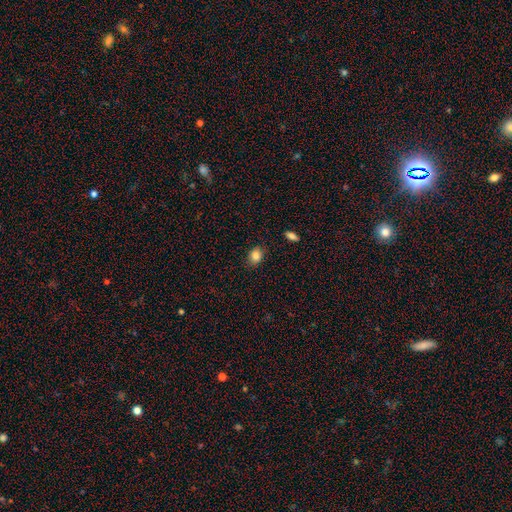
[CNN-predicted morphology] type=smooth (85%); roundness=in between (56%); merging=none (86%).